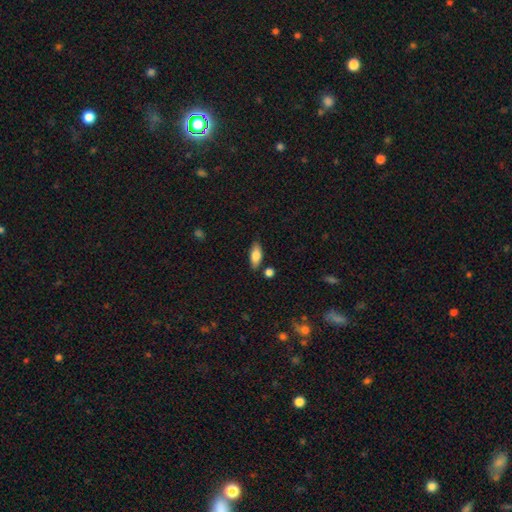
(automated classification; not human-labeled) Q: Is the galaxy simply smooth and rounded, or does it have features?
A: smooth — 81%.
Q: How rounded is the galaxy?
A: in between — 82%.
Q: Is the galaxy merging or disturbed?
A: none — 80%.